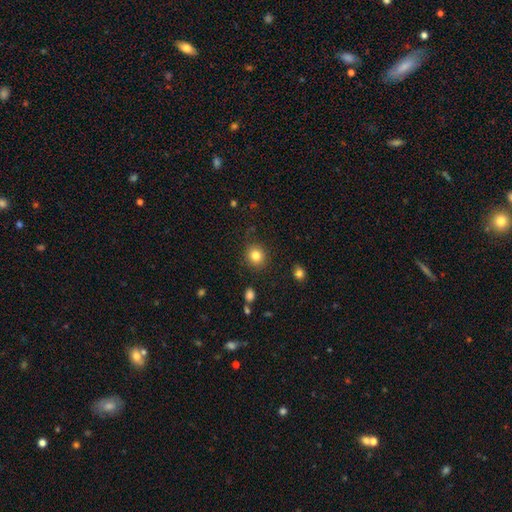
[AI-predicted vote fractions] This appears to be a smooth galaxy with no disk features (83%) that is round (82%). Merging: none (87%).